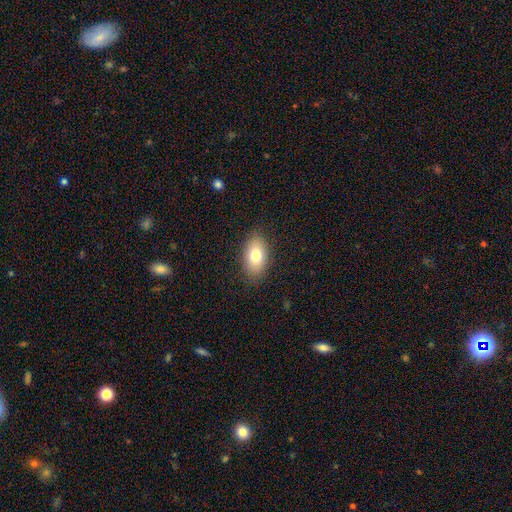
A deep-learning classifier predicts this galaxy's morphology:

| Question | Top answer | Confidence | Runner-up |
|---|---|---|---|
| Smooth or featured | smooth | 77% | featured or disk (15%) |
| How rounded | in between | 91% | round (8%) |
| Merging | none | 86% | minor disturbance (11%) |